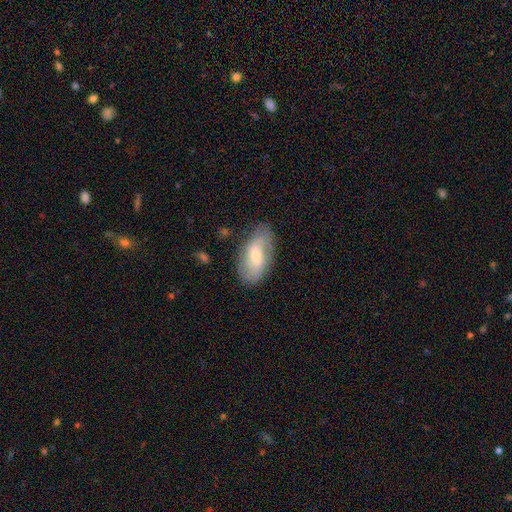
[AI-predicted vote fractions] Overall: featured or disk (48%; smooth 45%). Merging: none (73%).